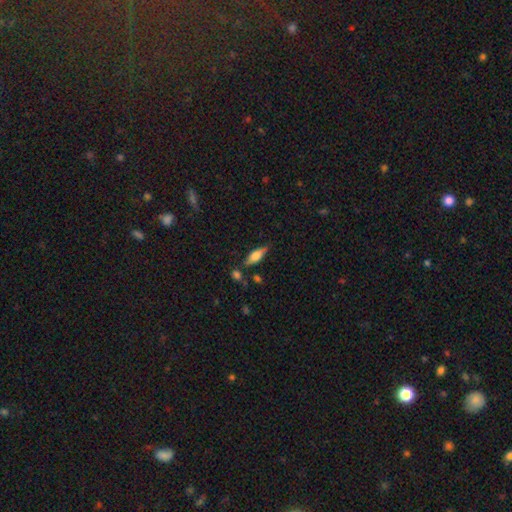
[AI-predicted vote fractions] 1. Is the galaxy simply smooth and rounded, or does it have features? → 57% smooth, 36% featured or disk, 7% star or artifact.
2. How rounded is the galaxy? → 58% in between, 39% cigar-shaped, 3% round.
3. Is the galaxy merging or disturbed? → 72% none, 18% minor disturbance, 6% merger, 4% major disturbance.